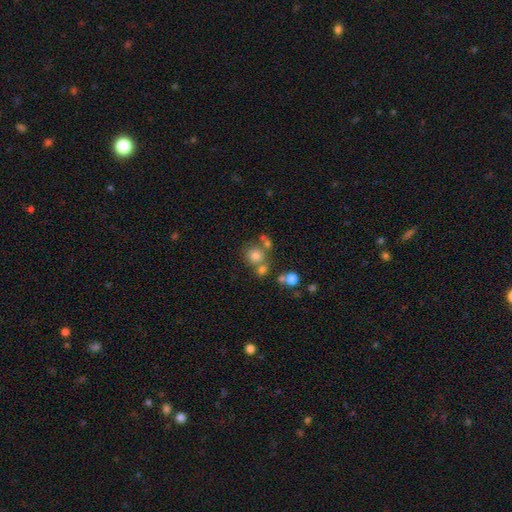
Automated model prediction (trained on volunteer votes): smooth_or_featured: smooth (p=0.73) [alt: star or artifact p=0.15]
how_rounded: round (p=0.87) [alt: in between p=0.12]
merging: none (p=0.57) [alt: merger p=0.28]